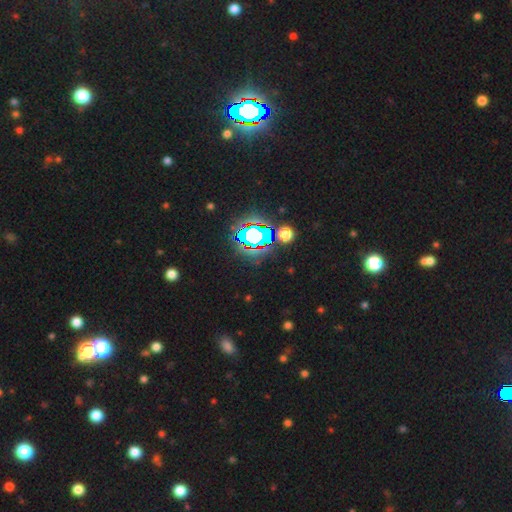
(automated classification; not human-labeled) A star or artifact, not a galaxy (83%).

Vote fractions:
- Smooth or featured? star or artifact: 83% / smooth: 10% / featured or disk: 7%